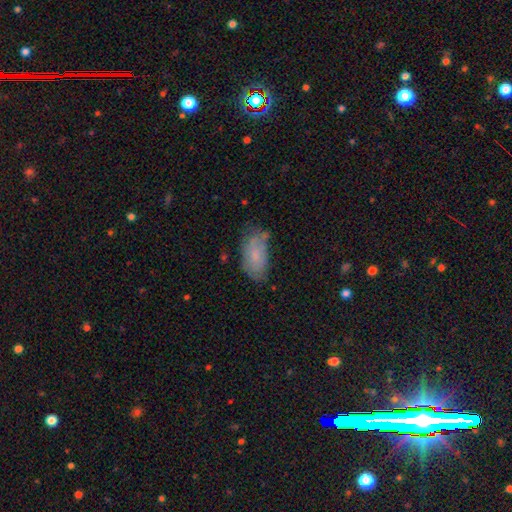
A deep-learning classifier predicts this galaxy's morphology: A smooth galaxy with no disk features (68%) that is in between round and cigar-shaped (93%). Merging: none (54%).